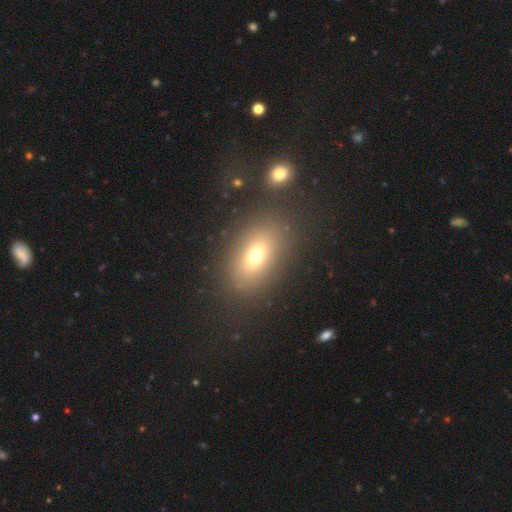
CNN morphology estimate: Smooth or featured? Predicted: smooth (p=0.67). How rounded? Predicted: in between (p=0.77). Merging? Predicted: none (p=0.81).